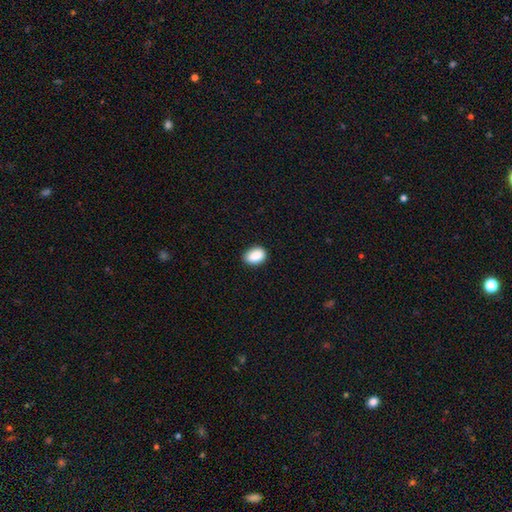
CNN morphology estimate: The model was most divided on "how rounded": in between: 84%, round: 15%, cigar-shaped: 1%. More confident: smooth or featured — smooth (89%); merging — none (86%).